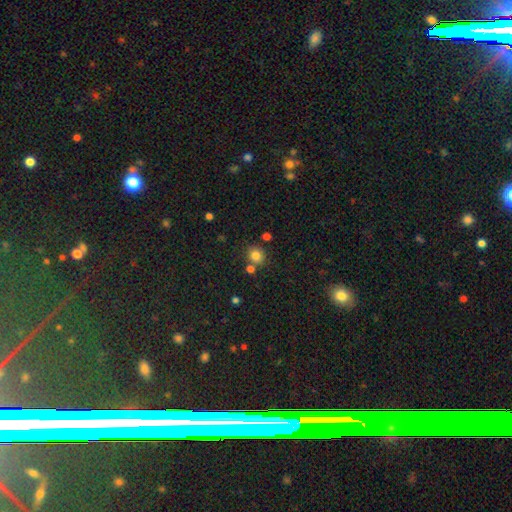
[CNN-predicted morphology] smooth_or_featured: smooth (p=0.81) [alt: star or artifact p=0.13]
how_rounded: round (p=0.77) [alt: in between p=0.23]
merging: none (p=0.72) [alt: merger p=0.13]